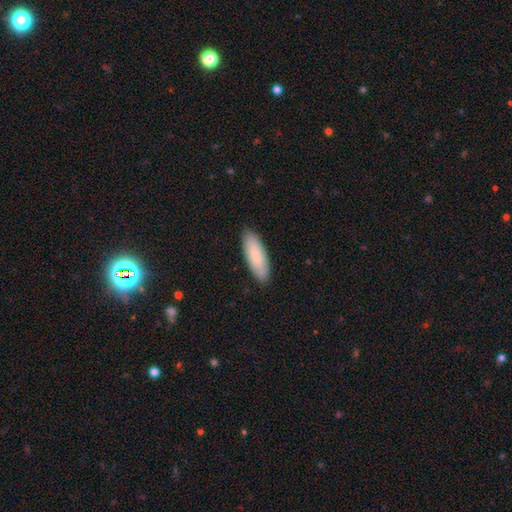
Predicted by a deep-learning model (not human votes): A smooth galaxy with no disk features (85%) that is in between round and cigar-shaped (62%).

Vote fractions:
- Smooth or featured? smooth: 85% / featured or disk: 10% / star or artifact: 5%
- How rounded? in between: 62% / cigar-shaped: 37% / round: 2%
- Merging? none: 89% / minor disturbance: 9% / major disturbance: 2% / merger: 1%